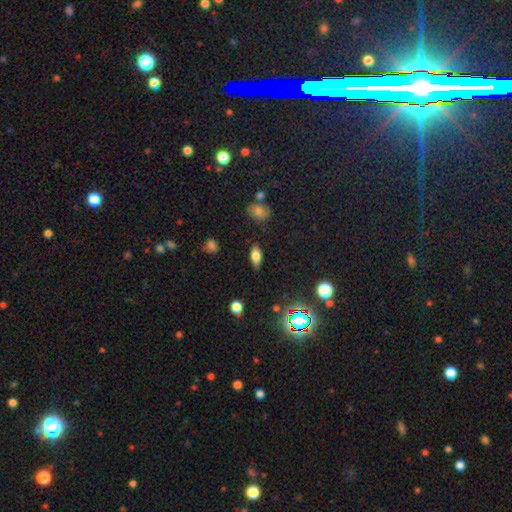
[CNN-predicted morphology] Smooth or featured? Predicted: smooth (p=0.72). How rounded? Predicted: in between (p=0.82). Merging? Predicted: none (p=0.85).